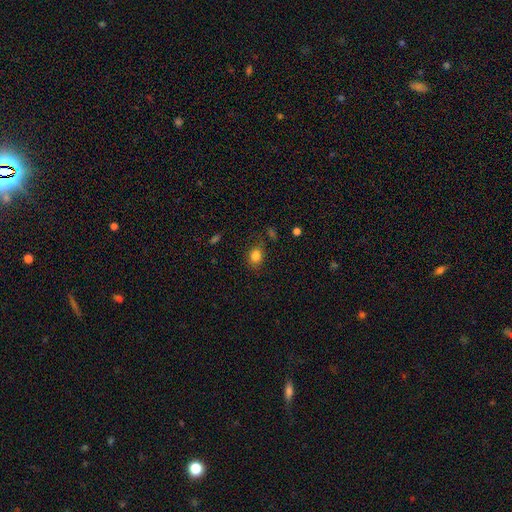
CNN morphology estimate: Smooth or featured? smooth (83%)
How rounded? in between (55%)
Merging? none (76%)